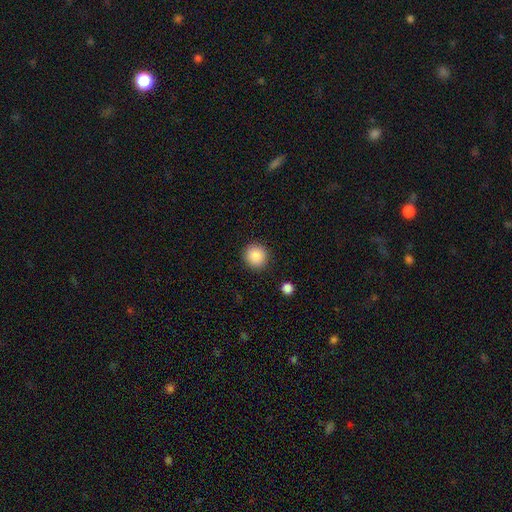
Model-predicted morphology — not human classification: smooth_or_featured: smooth (p=0.87) [alt: star or artifact p=0.09]
how_rounded: round (p=0.92) [alt: in between p=0.08]
merging: none (p=0.90) [alt: minor disturbance p=0.06]